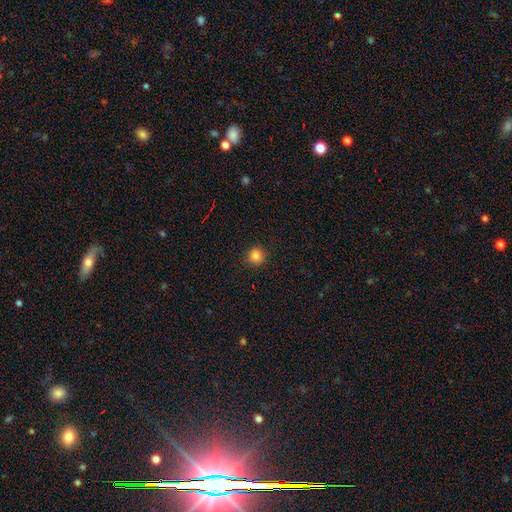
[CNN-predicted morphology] The model was most divided on "smooth or featured": smooth: 84%, star or artifact: 12%, featured or disk: 5%. More confident: how rounded — round (94%); merging — none (91%).